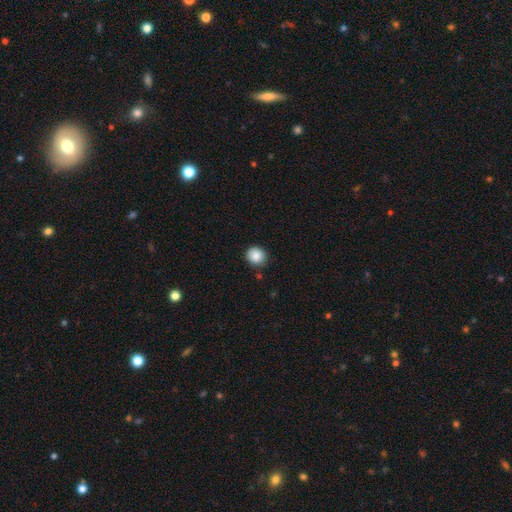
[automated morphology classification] A smooth galaxy with no disk features (87%) that is round (86%).

Vote fractions:
- Smooth or featured? smooth: 87% / star or artifact: 9% / featured or disk: 4%
- How rounded? round: 86% / in between: 13% / cigar-shaped: 1%
- Merging? none: 86% / minor disturbance: 10% / major disturbance: 2% / merger: 2%